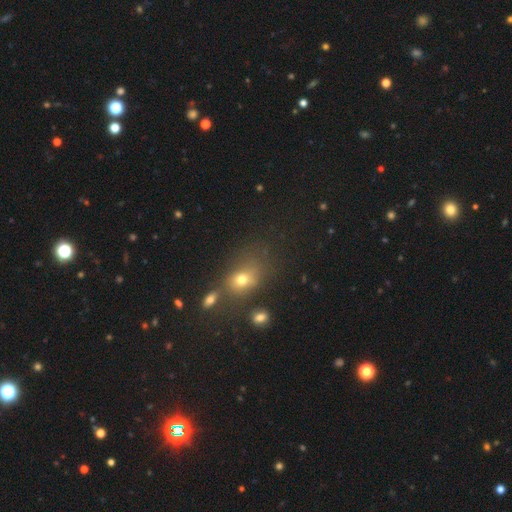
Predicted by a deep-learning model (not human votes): Smooth or featured: smooth — 56% (star or artifact — 32%)
How rounded: round — 49% (in between — 48%)
Merging: none — 59% (merger — 20%)